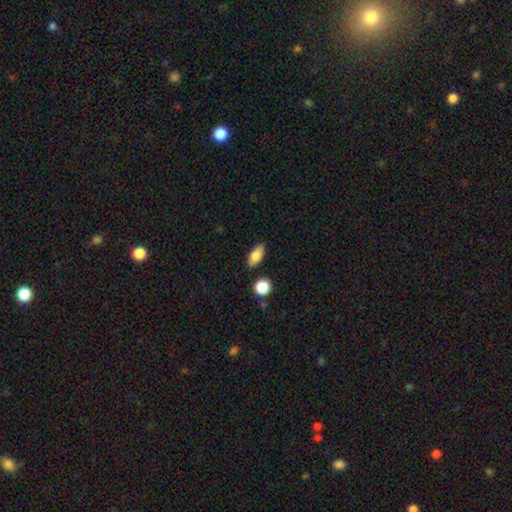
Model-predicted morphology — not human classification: Smooth or featured? smooth (81%)
How rounded? in between (86%)
Merging? none (86%)